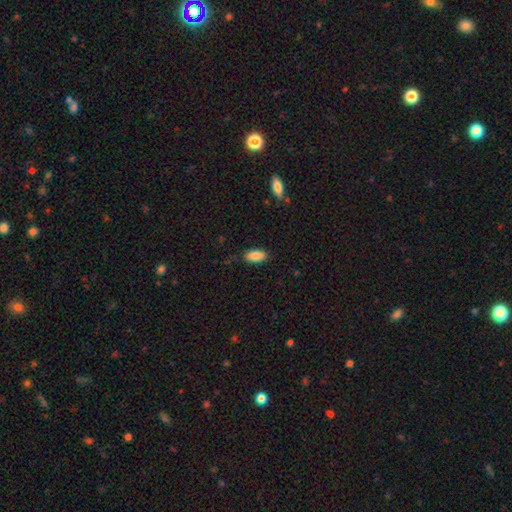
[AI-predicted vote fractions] Smooth or featured? Predicted: smooth (p=0.87). How rounded? Predicted: in between (p=0.90). Merging? Predicted: none (p=0.85).